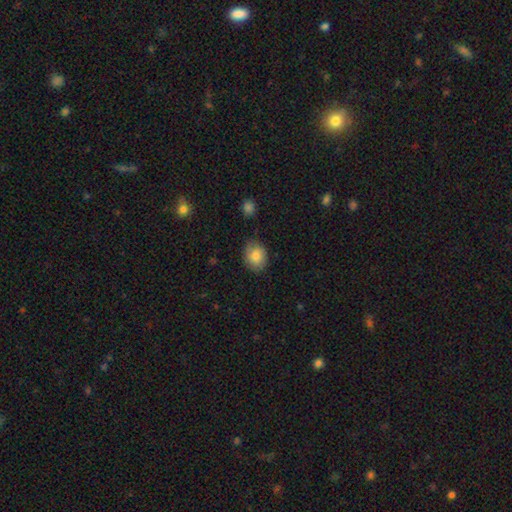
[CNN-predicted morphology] type=smooth (80%); roundness=in between (51%); merging=none (73%).